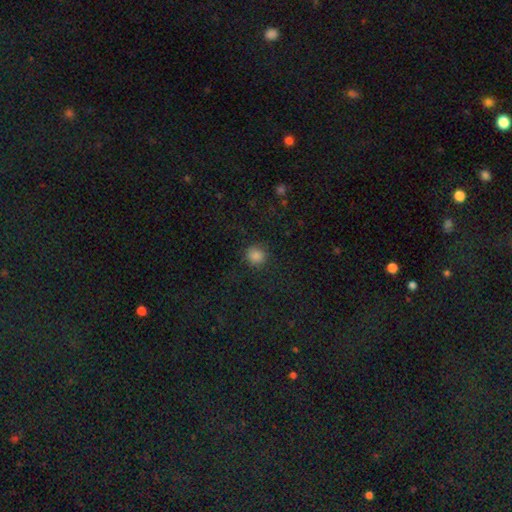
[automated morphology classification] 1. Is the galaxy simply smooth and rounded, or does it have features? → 83% smooth, 13% star or artifact, 4% featured or disk.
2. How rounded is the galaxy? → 90% round, 9% in between, 1% cigar-shaped.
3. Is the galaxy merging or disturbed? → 84% none, 11% minor disturbance, 4% major disturbance, 1% merger.